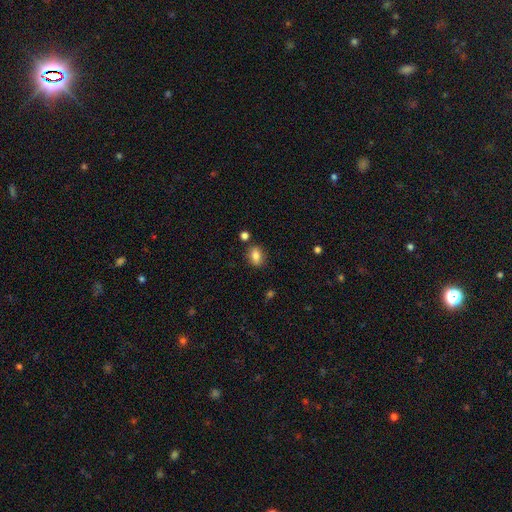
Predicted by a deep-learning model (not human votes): Smooth or featured? Predicted: smooth (p=0.79). How rounded? Predicted: in between (p=0.70). Merging? Predicted: none (p=0.81).